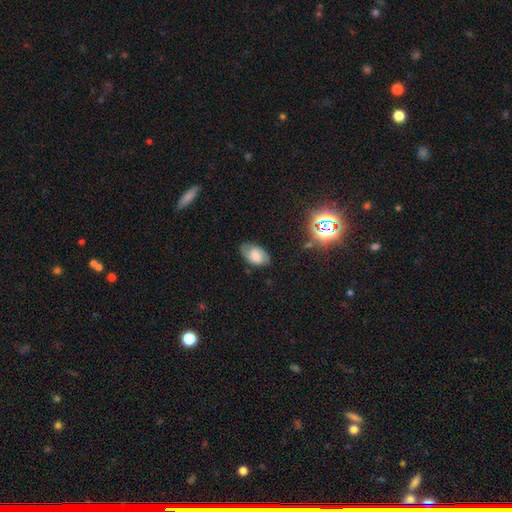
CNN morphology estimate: smooth-or-featured: smooth: 58% | featured or disk: 31% | star or artifact: 11%
  how-rounded: in between: 92% | round: 6% | cigar-shaped: 2%
  merging: none: 71% | minor disturbance: 22% | major disturbance: 5% | merger: 1%